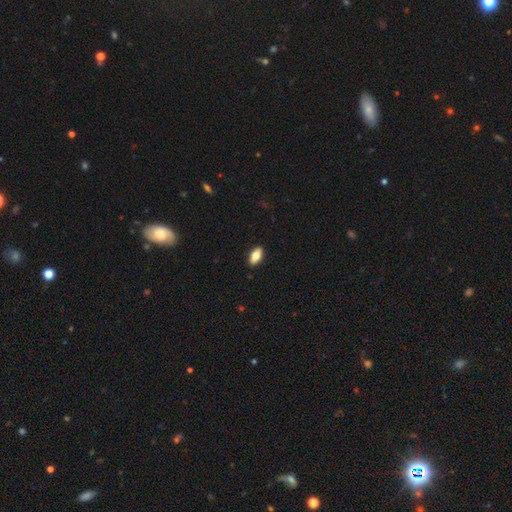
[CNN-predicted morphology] Overall: smooth (74%). How rounded: in between (87%). Merging: none (90%).